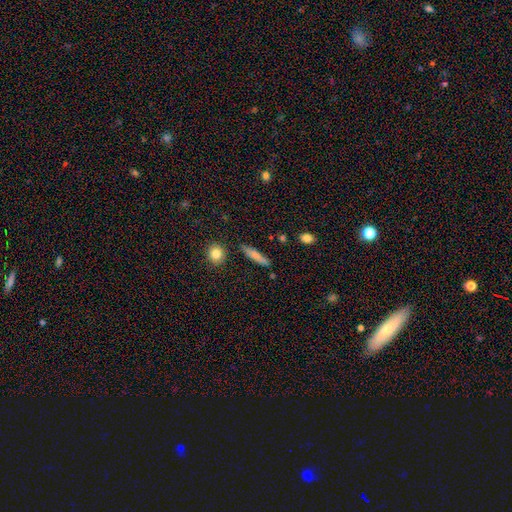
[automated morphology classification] A smooth galaxy with no disk features (71%) that is cigar-shaped (82%).

Vote fractions:
- Smooth or featured? smooth: 71% / featured or disk: 22% / star or artifact: 7%
- How rounded? cigar-shaped: 82% / in between: 15% / round: 3%
- Merging? none: 84% / minor disturbance: 10% / merger: 3% / major disturbance: 2%